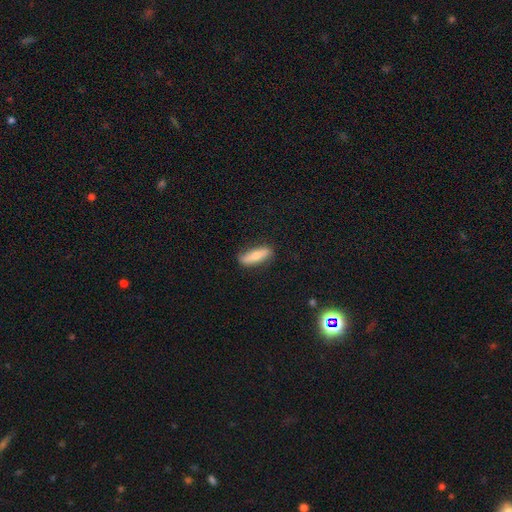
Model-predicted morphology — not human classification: Smooth or featured? Predicted: smooth (p=0.69). How rounded? Predicted: cigar-shaped (p=0.58). Merging? Predicted: none (p=0.80).